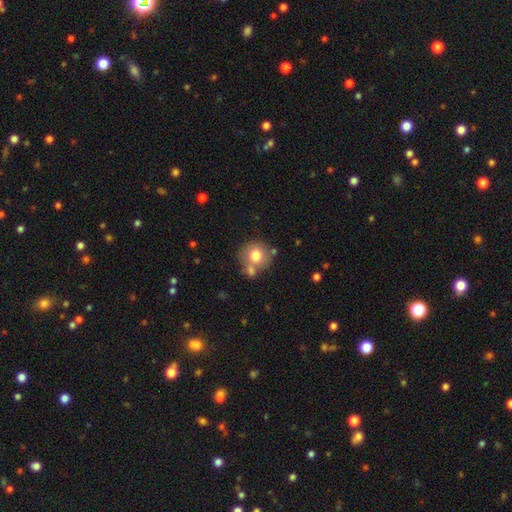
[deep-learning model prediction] Q: Smooth or featured?
A: smooth (75%); runner-up: featured or disk (16%)
Q: How rounded?
A: round (87%); runner-up: in between (12%)
Q: Merging?
A: none (60%); runner-up: merger (23%)